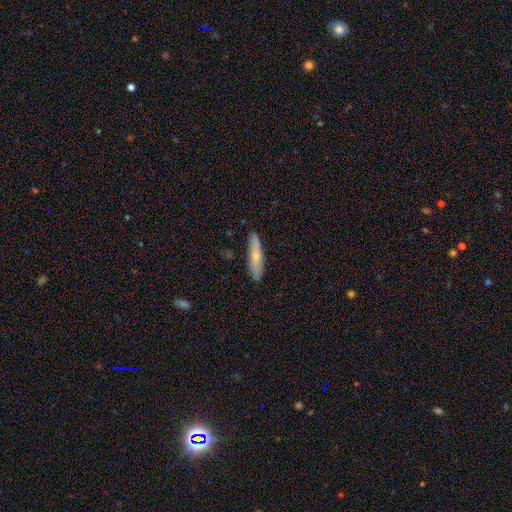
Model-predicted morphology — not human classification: smooth_or_featured: smooth (p=0.65) [alt: featured or disk p=0.29]
how_rounded: cigar-shaped (p=0.78) [alt: in between p=0.20]
merging: none (p=0.85) [alt: minor disturbance p=0.12]